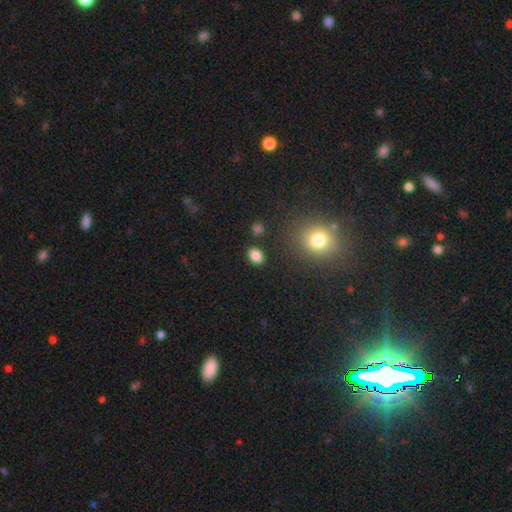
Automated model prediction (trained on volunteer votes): A smooth galaxy with no disk features (85%) that is in between round and cigar-shaped (74%).

Vote fractions:
- Smooth or featured? smooth: 85% / star or artifact: 10% / featured or disk: 5%
- How rounded? in between: 74% / round: 25% / cigar-shaped: 1%
- Merging? none: 86% / minor disturbance: 9% / merger: 3% / major disturbance: 3%